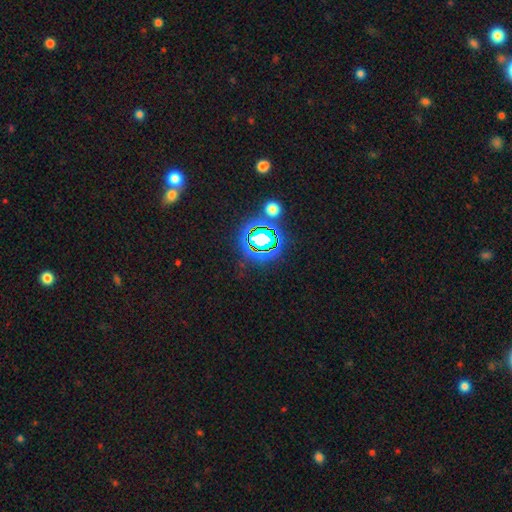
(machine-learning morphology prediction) A star or artifact, not a galaxy (77%).